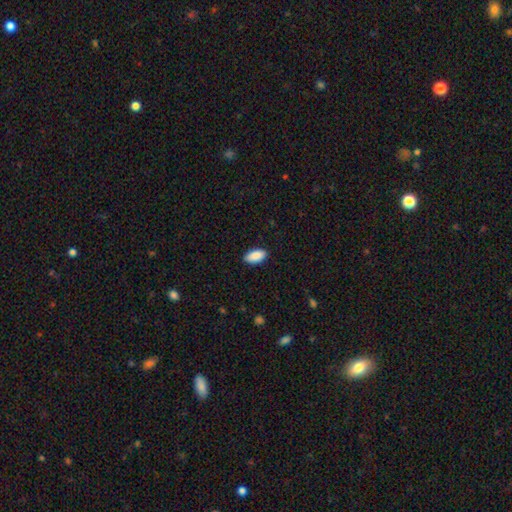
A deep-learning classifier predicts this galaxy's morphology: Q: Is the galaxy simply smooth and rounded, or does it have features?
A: smooth — 90%.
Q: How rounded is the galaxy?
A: in between — 94%.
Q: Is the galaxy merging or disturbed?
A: none — 89%.